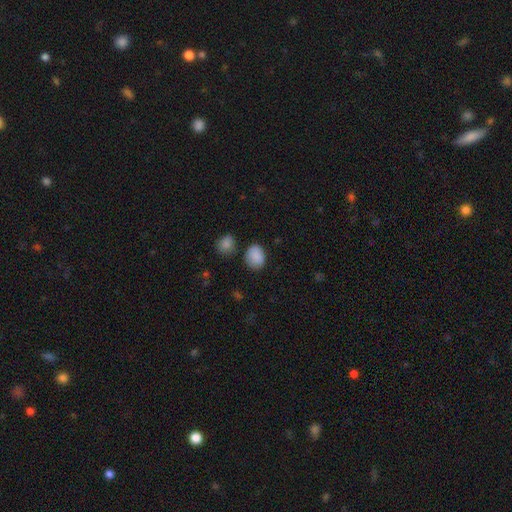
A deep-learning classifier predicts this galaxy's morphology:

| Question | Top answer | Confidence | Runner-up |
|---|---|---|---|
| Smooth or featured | smooth | 87% | star or artifact (8%) |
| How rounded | in between | 54% | round (45%) |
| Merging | none | 76% | minor disturbance (16%) |